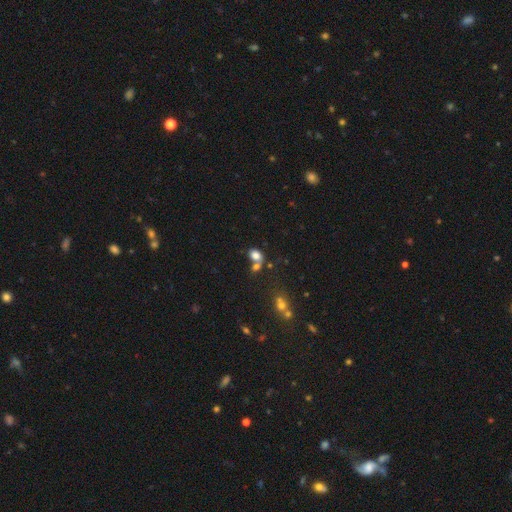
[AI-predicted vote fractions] Smooth or featured? Predicted: smooth (p=0.76). How rounded? Predicted: in between (p=0.65). Merging? Predicted: merger (p=0.41).